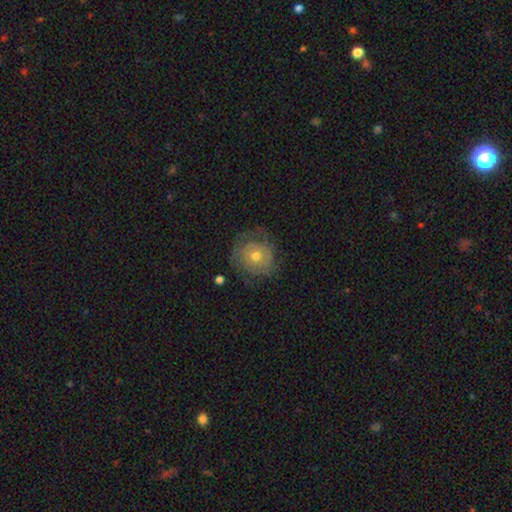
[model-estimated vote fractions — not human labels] A featured or disk galaxy (47%).

Vote fractions:
- Smooth or featured? featured or disk: 47% / smooth: 44% / star or artifact: 9%
- Merging? none: 62% / minor disturbance: 22% / major disturbance: 14% / merger: 1%